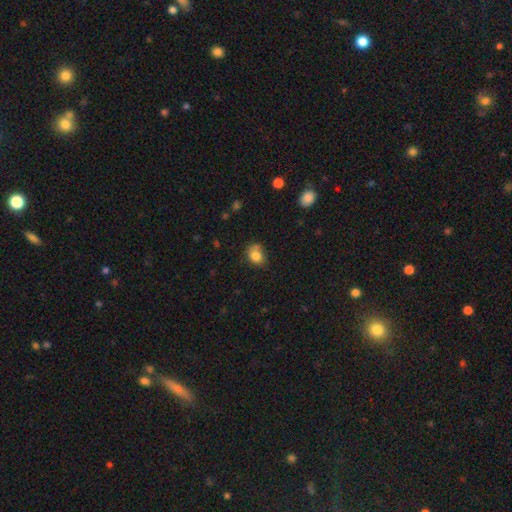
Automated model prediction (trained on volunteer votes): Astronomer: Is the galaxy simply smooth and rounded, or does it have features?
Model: smooth — 81%.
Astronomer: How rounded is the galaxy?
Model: in between — 57% (runner-up: round, 42%).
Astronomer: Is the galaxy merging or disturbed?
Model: none — 54% (runner-up: minor disturbance, 29%).